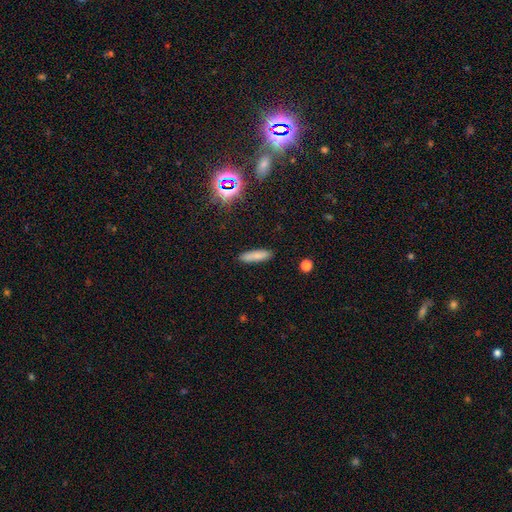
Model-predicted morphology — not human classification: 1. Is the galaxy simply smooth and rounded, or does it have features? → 80% smooth, 10% star or artifact, 10% featured or disk.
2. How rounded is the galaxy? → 68% cigar-shaped, 30% in between, 2% round.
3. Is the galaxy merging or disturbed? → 88% none, 8% minor disturbance, 2% major disturbance, 2% merger.